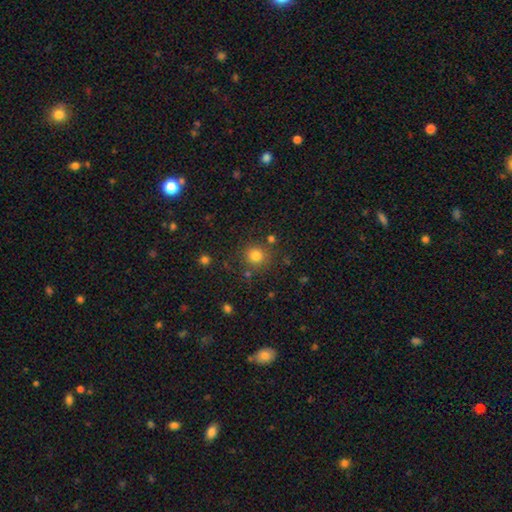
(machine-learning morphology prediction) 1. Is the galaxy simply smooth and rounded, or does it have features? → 80% smooth, 14% star or artifact, 6% featured or disk.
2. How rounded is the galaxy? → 93% round, 7% in between, 1% cigar-shaped.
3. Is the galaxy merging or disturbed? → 83% none, 8% minor disturbance, 5% merger, 3% major disturbance.